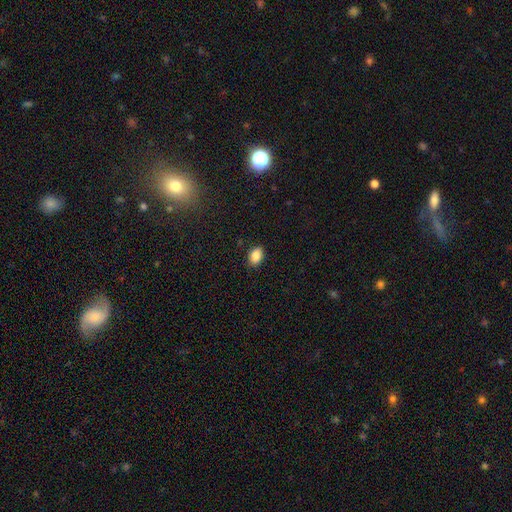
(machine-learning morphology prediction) Smooth or featured? Predicted: smooth (p=0.86). How rounded? Predicted: in between (p=0.84). Merging? Predicted: none (p=0.88).